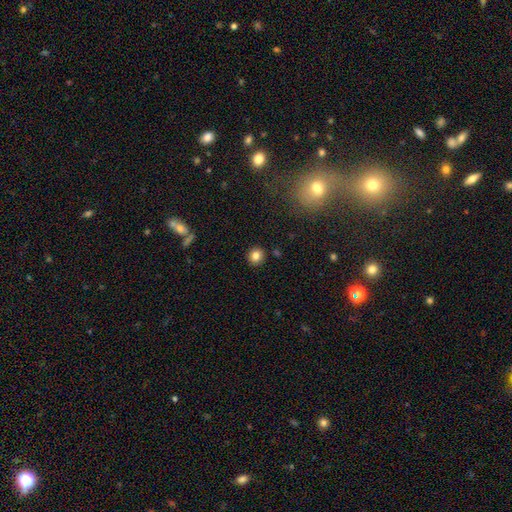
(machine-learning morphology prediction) Smooth or featured?
  - smooth: 81% *
  - star or artifact: 11%
  - featured or disk: 7%
How rounded?
  - round: 89% *
  - in between: 10%
  - cigar-shaped: 1%
Merging?
  - none: 91% *
  - minor disturbance: 6%
  - major disturbance: 2%
  - merger: 2%